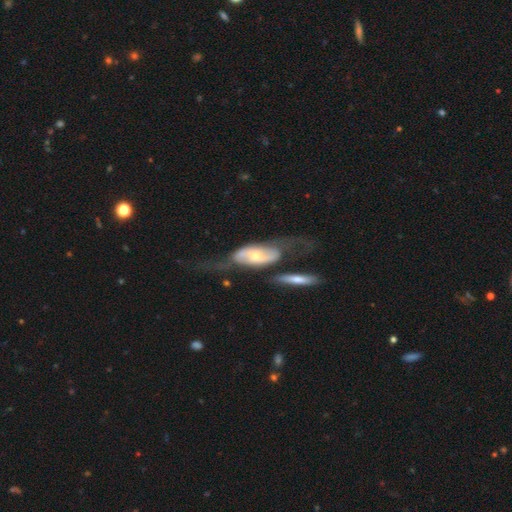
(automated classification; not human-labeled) Q: Smooth or featured?
A: featured or disk (67%); runner-up: smooth (28%)
Q: Edge-on disk?
A: no (80%); runner-up: yes (20%)
Q: Bar?
A: no (62%); runner-up: weak (21%)
Q: Spiral arms?
A: yes (66%); runner-up: no (34%)
Q: Bulge size?
A: moderate (48%); runner-up: small (45%)
Q: Merging?
A: none (36%); runner-up: major disturbance (29%)